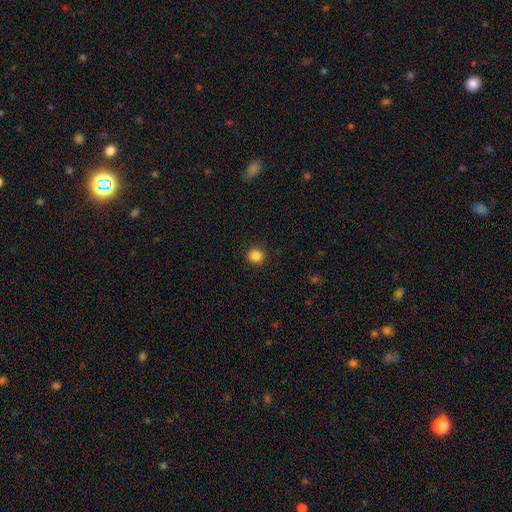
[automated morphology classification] smooth_or_featured: smooth (p=0.85) [alt: star or artifact p=0.11]
how_rounded: round (p=0.91) [alt: in between p=0.08]
merging: none (p=0.90) [alt: minor disturbance p=0.07]